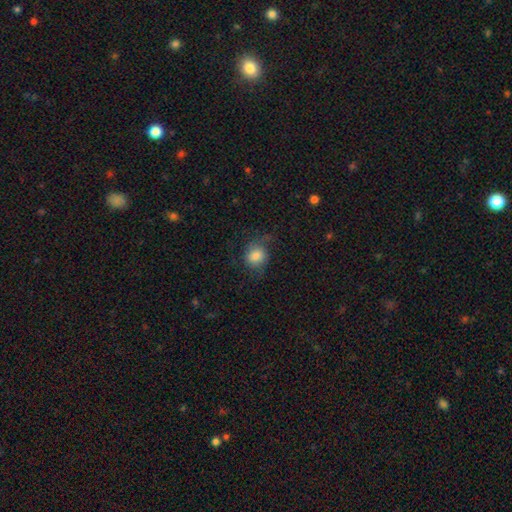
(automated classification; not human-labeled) Smooth or featured?
  - smooth: 74% *
  - featured or disk: 17%
  - star or artifact: 9%
How rounded?
  - round: 73% *
  - in between: 26%
  - cigar-shaped: 1%
Merging?
  - none: 60% *
  - minor disturbance: 24%
  - major disturbance: 14%
  - merger: 1%